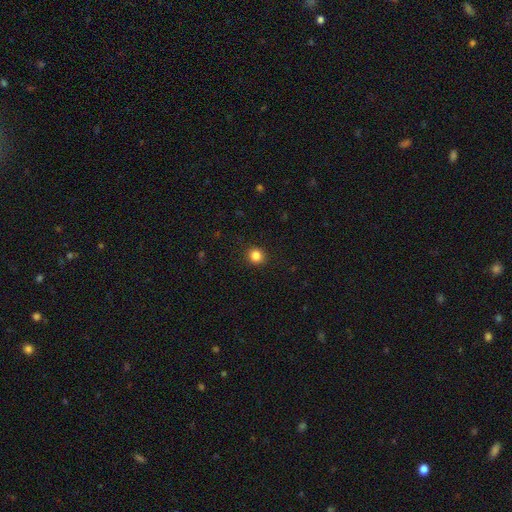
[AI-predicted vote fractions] A smooth galaxy with no disk features (84%) that is round (89%).

Vote fractions:
- Smooth or featured? smooth: 84% / star or artifact: 11% / featured or disk: 4%
- How rounded? round: 89% / in between: 10% / cigar-shaped: 1%
- Merging? none: 92% / minor disturbance: 6% / major disturbance: 2% / merger: 1%